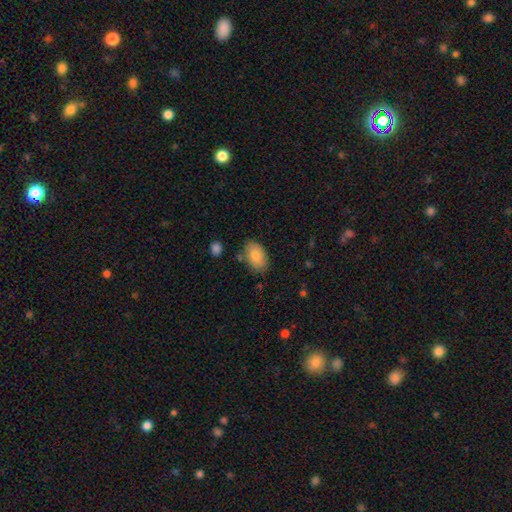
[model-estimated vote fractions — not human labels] Smooth or featured: smooth — 82% (featured or disk — 11%)
How rounded: in between — 91% (round — 8%)
Merging: none — 77% (minor disturbance — 16%)